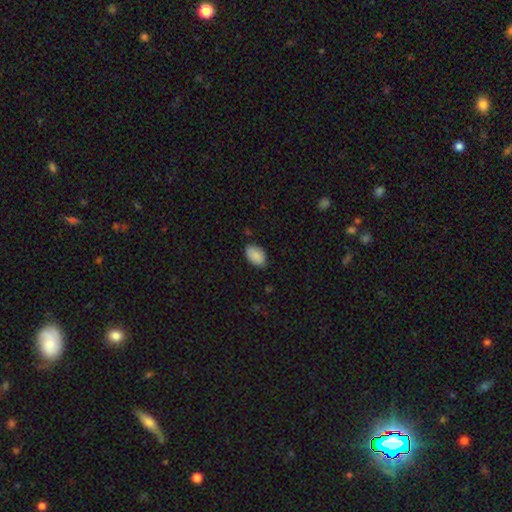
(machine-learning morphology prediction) Smooth or featured: smooth — 88% (star or artifact — 7%)
How rounded: in between — 91% (round — 8%)
Merging: none — 76% (minor disturbance — 19%)